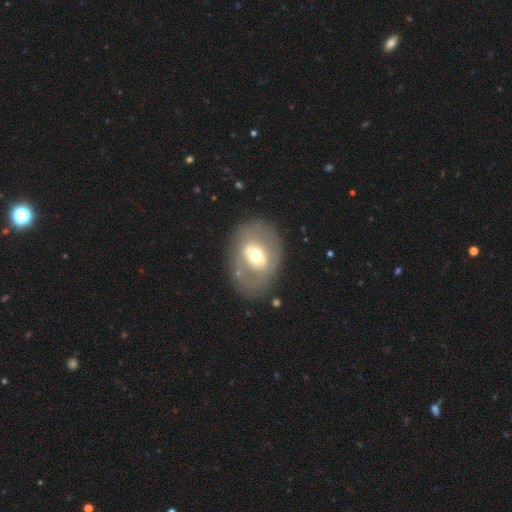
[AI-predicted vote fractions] Overall: featured or disk (54%; smooth 38%). Edge-on disk: no (91%). Merging: none (75%).